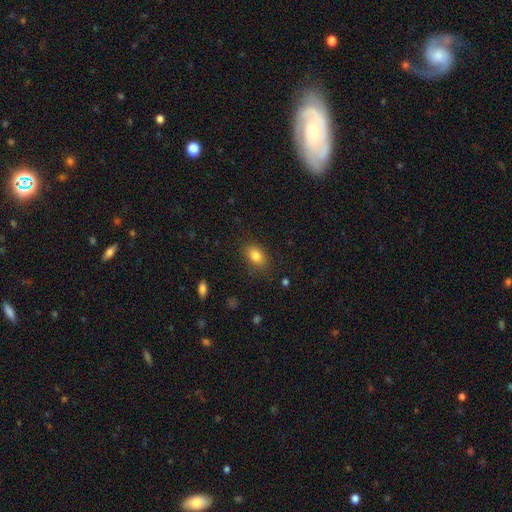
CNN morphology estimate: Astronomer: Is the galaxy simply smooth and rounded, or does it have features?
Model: smooth — 83%.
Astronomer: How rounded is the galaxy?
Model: in between — 80%.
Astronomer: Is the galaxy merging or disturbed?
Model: none — 82%.